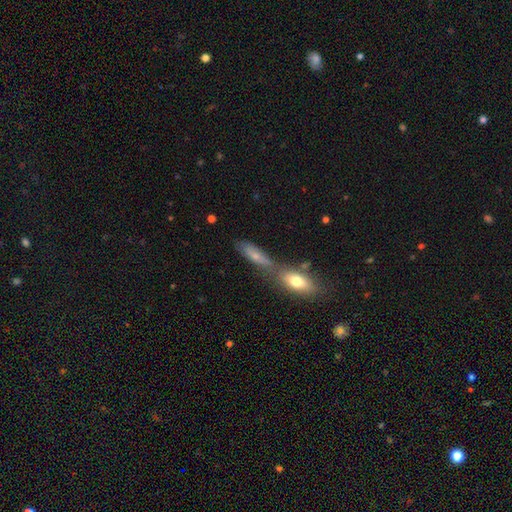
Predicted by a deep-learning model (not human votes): Q: Smooth or featured?
A: smooth (64%); runner-up: featured or disk (27%)
Q: How rounded?
A: cigar-shaped (49%); runner-up: in between (47%)
Q: Merging?
A: none (45%); runner-up: merger (37%)